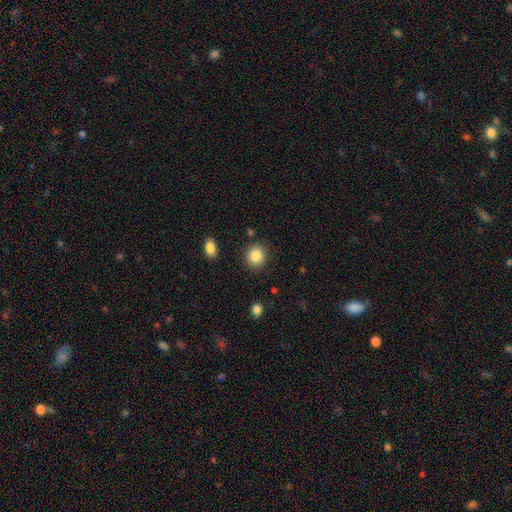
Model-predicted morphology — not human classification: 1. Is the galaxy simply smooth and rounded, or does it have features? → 87% smooth, 9% star or artifact, 5% featured or disk.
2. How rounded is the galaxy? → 80% round, 19% in between, 1% cigar-shaped.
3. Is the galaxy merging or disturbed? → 87% none, 8% minor disturbance, 3% major disturbance, 2% merger.